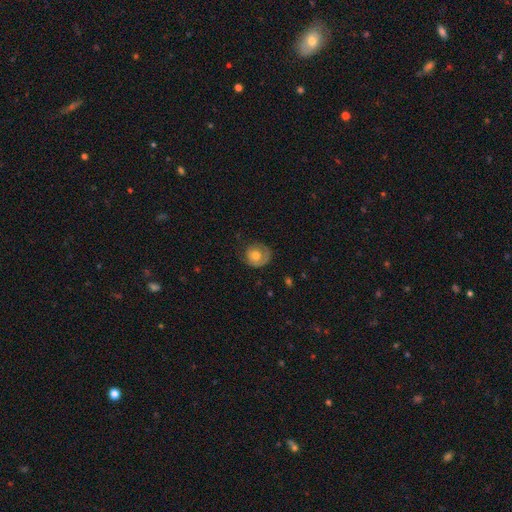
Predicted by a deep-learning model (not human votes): This appears to be a smooth galaxy with no disk features (54%) that is round (86%). Merging: none (64%).